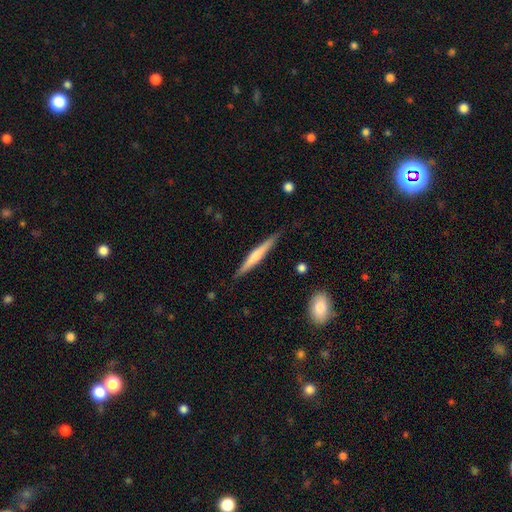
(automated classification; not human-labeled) A featured or disk galaxy (52%) viewed edge-on (97%).

Vote fractions:
- Smooth or featured? featured or disk: 52% / smooth: 43% / star or artifact: 6%
- Edge-on disk? yes: 97% / no: 3%
- Merging? none: 86% / minor disturbance: 11% / major disturbance: 2% / merger: 1%